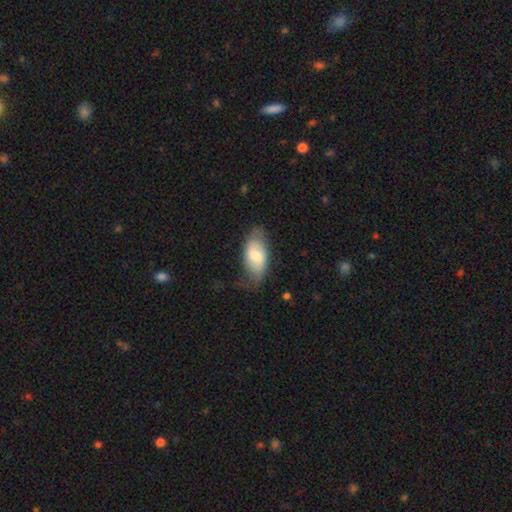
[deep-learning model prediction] smooth 60%, featured or disk 34%, star or artifact 6%. Down the decision tree: how rounded — in between (92%); merging — none (54%).